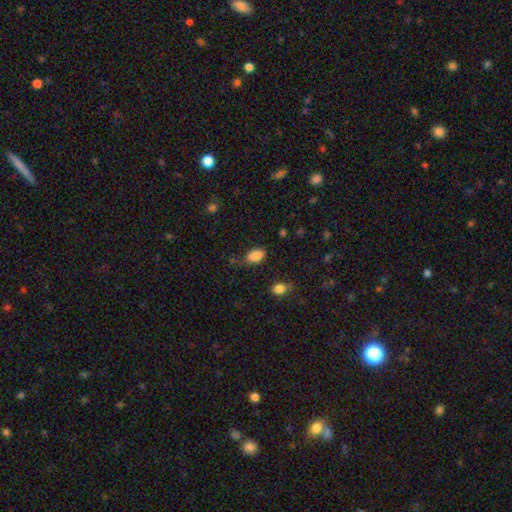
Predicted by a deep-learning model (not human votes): Smooth or featured? smooth (85%)
How rounded? in between (86%)
Merging? none (64%)